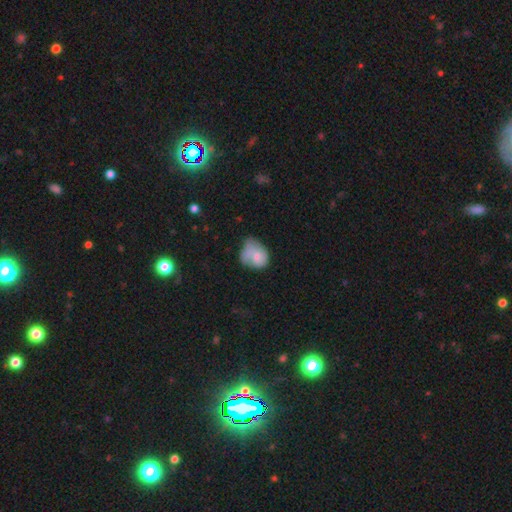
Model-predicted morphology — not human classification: smooth-or-featured: smooth: 64% | featured or disk: 28% | star or artifact: 8%
  how-rounded: in between: 53% | round: 46% | cigar-shaped: 1%
  merging: minor disturbance: 35% | none: 27% | major disturbance: 26% | merger: 13%